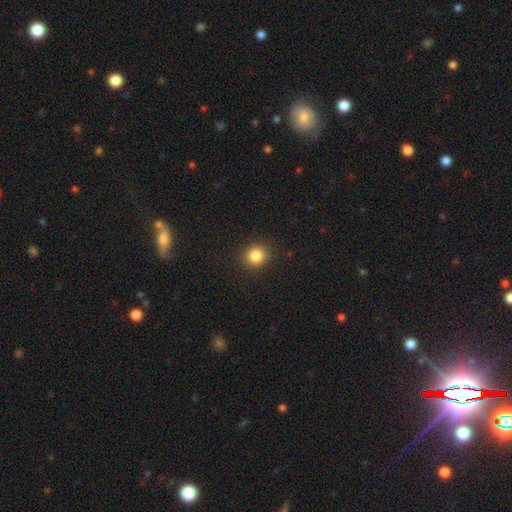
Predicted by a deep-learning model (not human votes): Morphology: type=smooth (84%); roundness=round (85%); merging=none (90%).